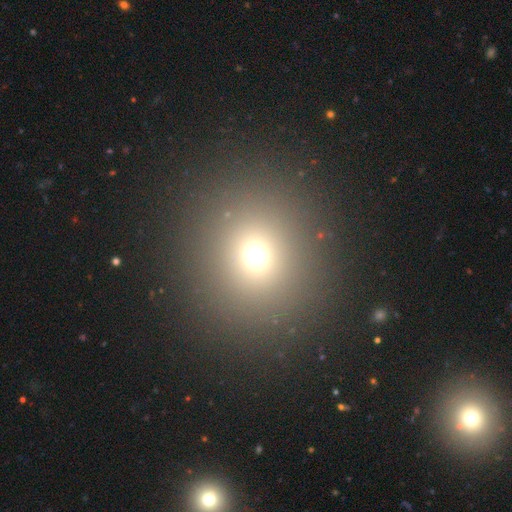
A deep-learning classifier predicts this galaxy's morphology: Smooth or featured? Predicted: smooth (p=0.68). How rounded? Predicted: round (p=0.89). Merging? Predicted: none (p=0.90).